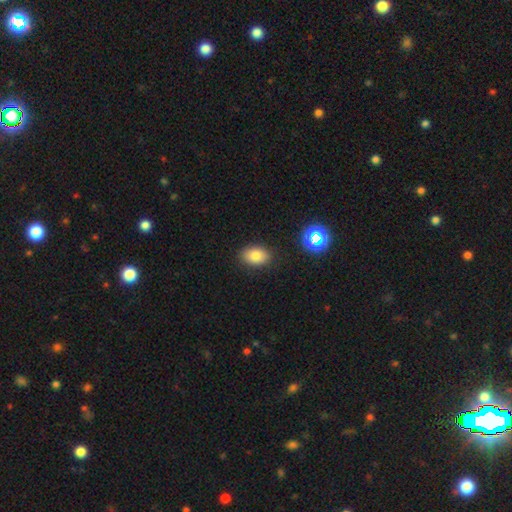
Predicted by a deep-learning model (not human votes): Smooth or featured: smooth — 81% (star or artifact — 11%)
How rounded: in between — 81% (round — 18%)
Merging: none — 87% (minor disturbance — 9%)